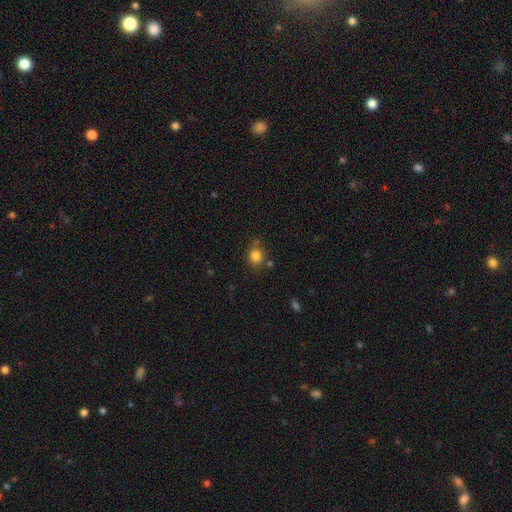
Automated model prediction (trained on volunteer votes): Overall: smooth (83%). How rounded: round (70%). Merging: none (70%).